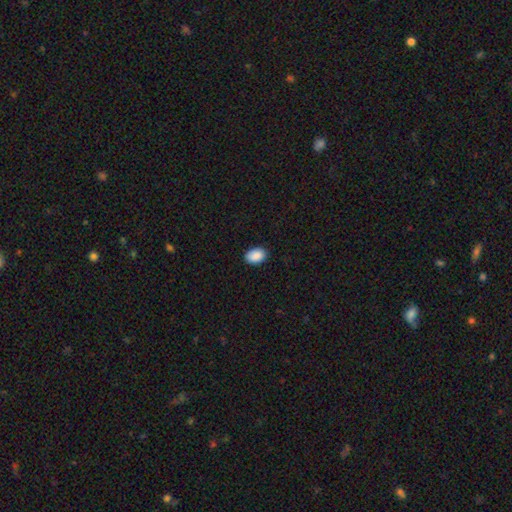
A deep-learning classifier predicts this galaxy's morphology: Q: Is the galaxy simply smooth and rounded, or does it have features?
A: smooth — 90%.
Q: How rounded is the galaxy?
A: in between — 82%.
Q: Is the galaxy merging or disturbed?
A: none — 88%.